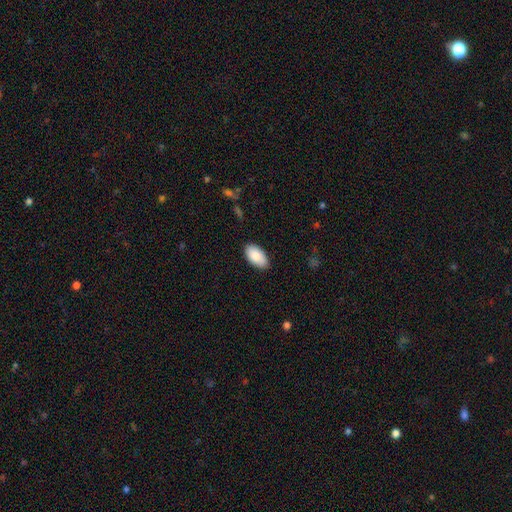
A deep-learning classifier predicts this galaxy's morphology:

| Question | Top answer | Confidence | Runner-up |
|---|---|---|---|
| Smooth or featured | smooth | 87% | featured or disk (7%) |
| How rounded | in between | 96% | round (3%) |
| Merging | none | 86% | minor disturbance (11%) |